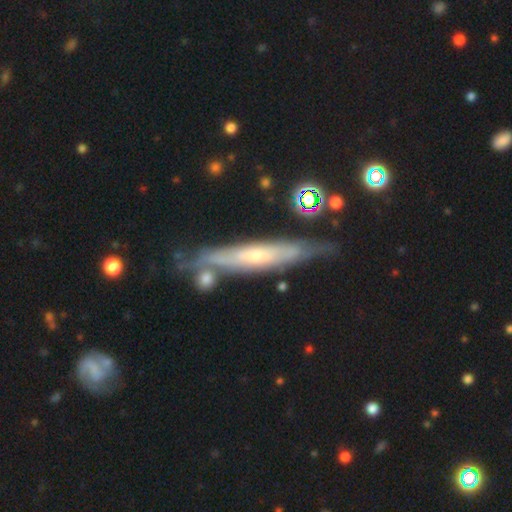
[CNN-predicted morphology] smooth-or-featured: featured or disk: 69% | smooth: 24% | star or artifact: 7%
  disk-edge-on: yes: 75% | no: 25%
    edge-on-bulge: rounded: 51% | none: 43% | boxy: 7%
  merging: none: 71% | minor disturbance: 17% | merger: 7% | major disturbance: 5%